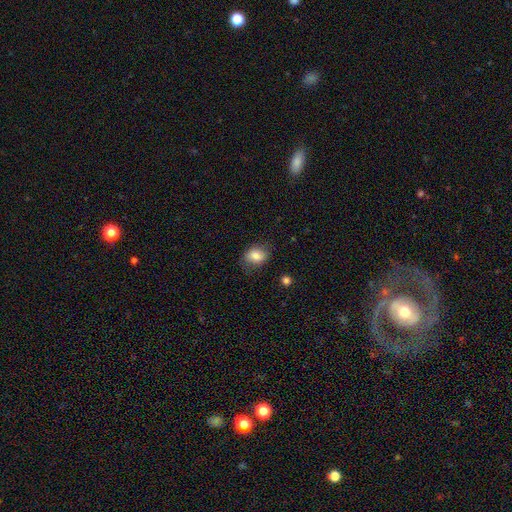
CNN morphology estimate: Smooth or featured?
  - smooth: 81% *
  - featured or disk: 10%
  - star or artifact: 9%
How rounded?
  - in between: 66% *
  - round: 33%
  - cigar-shaped: 1%
Merging?
  - none: 74% *
  - minor disturbance: 19%
  - major disturbance: 6%
  - merger: 2%